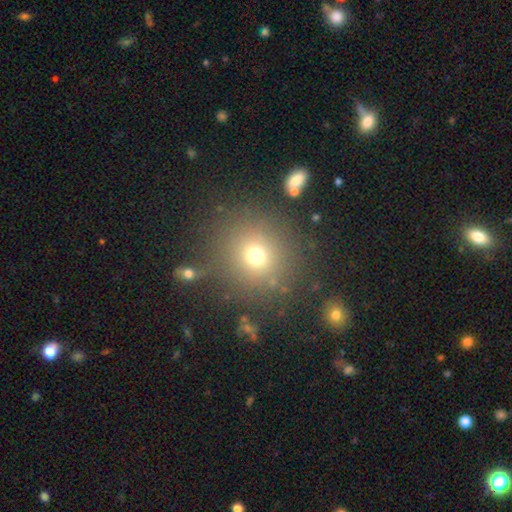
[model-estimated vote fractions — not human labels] Smooth or featured? smooth (71%)
How rounded? round (88%)
Merging? none (79%)